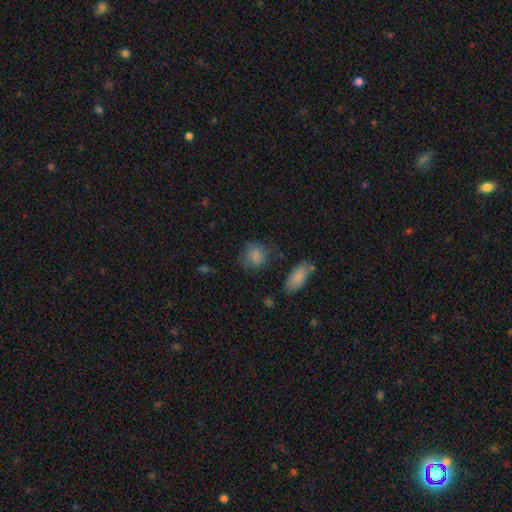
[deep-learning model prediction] Q: Smooth or featured?
A: smooth (83%); runner-up: star or artifact (9%)
Q: How rounded?
A: round (72%); runner-up: in between (27%)
Q: Merging?
A: none (70%); runner-up: minor disturbance (19%)